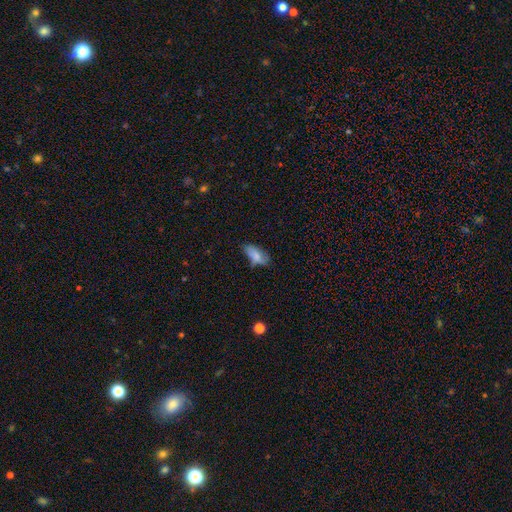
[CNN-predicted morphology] Smooth or featured?
  - smooth: 73% *
  - featured or disk: 18%
  - star or artifact: 8%
How rounded?
  - in between: 86% *
  - cigar-shaped: 11%
  - round: 3%
Merging?
  - none: 49% *
  - minor disturbance: 34%
  - major disturbance: 12%
  - merger: 5%